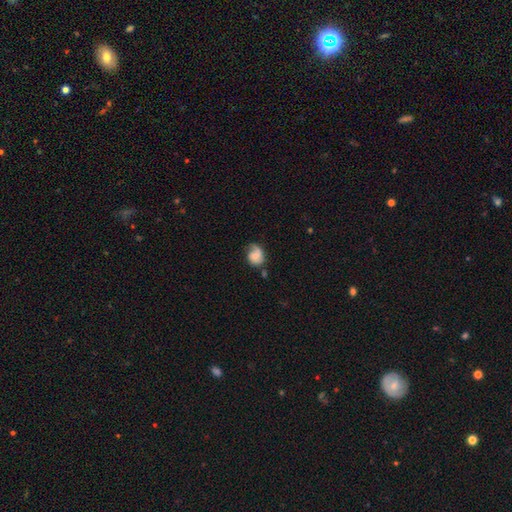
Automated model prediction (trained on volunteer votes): The model was most divided on "bulge size": small: 45%, moderate: 34%, none: 14%, large: 5%, dominant: 2%. Remaining: edge-on disk — no (97%); spiral arms — yes (86%); bar — no (66%); smooth or featured — featured or disk (53%); merging — none (49%).